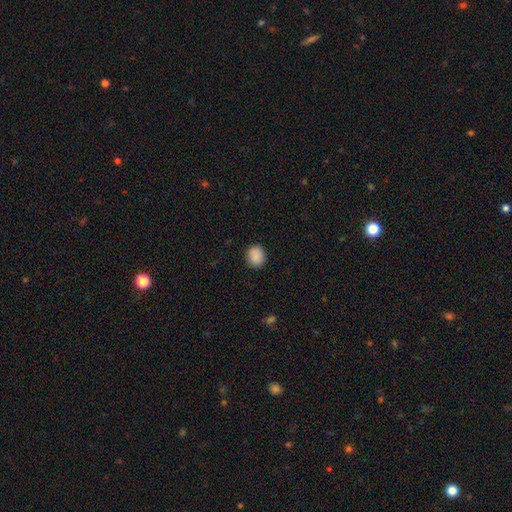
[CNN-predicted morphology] Overall: smooth (89%). How rounded: round (68%; in between 31%). Merging: none (89%).